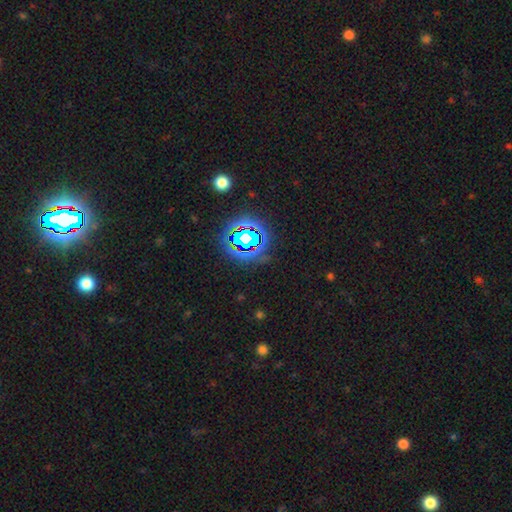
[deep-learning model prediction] A star or artifact, not a galaxy (79%).

Vote fractions:
- Smooth or featured? star or artifact: 79% / smooth: 13% / featured or disk: 8%